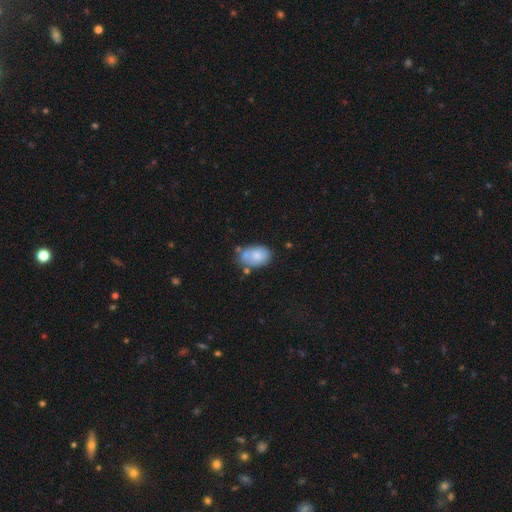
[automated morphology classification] Smooth or featured: smooth — 73% (featured or disk — 19%)
How rounded: in between — 87% (round — 12%)
Merging: none — 57% (minor disturbance — 24%)